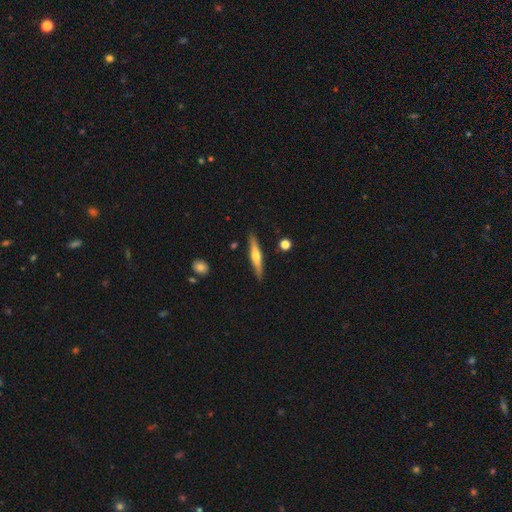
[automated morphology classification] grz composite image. It shows a featured or disk galaxy (56%) viewed edge-on (95%) with a rounded central bulge (88%). Merging: none (89%).